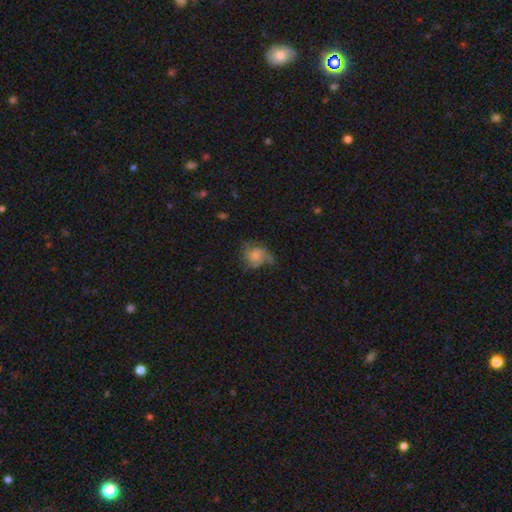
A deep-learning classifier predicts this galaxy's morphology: Smooth or featured? featured or disk (48%)
Merging? none (44%)